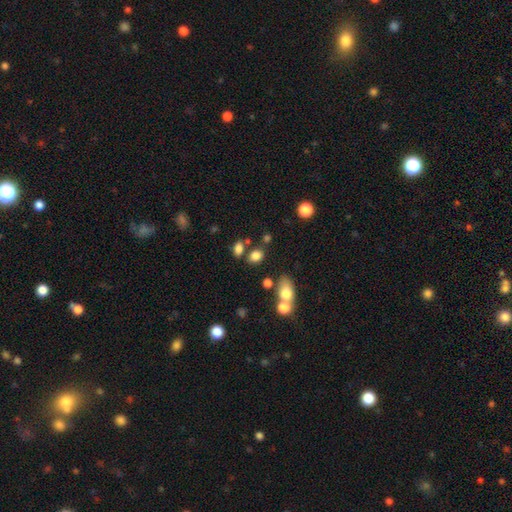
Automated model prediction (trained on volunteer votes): Smooth or featured?
  - smooth: 81% *
  - star or artifact: 12%
  - featured or disk: 7%
How rounded?
  - in between: 72% *
  - round: 26%
  - cigar-shaped: 2%
Merging?
  - none: 68% *
  - merger: 16%
  - minor disturbance: 12%
  - major disturbance: 5%